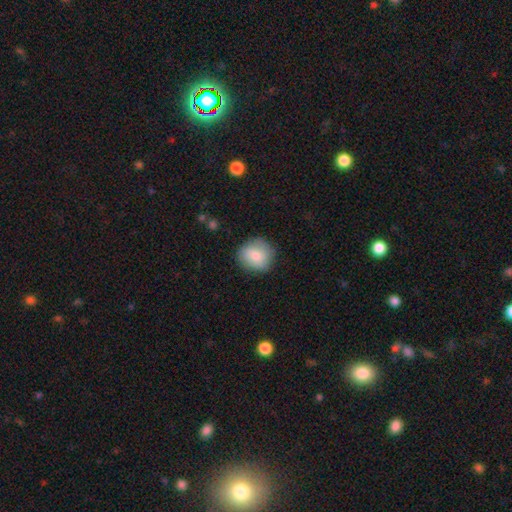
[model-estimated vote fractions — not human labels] The model was most divided on "smooth or featured": smooth: 81%, featured or disk: 12%, star or artifact: 7%. More confident: how rounded — round (85%); merging — none (82%).